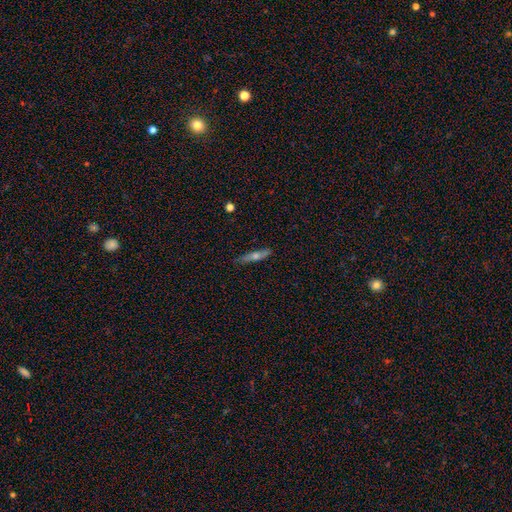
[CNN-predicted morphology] smooth 47%, featured or disk 46%, star or artifact 7%. Down the decision tree: merging — none (85%).